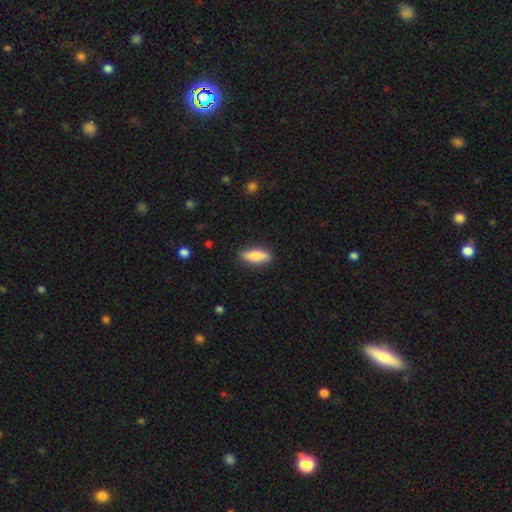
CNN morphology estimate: Smooth or featured: smooth — 74% (featured or disk — 20%)
How rounded: cigar-shaped — 53% (in between — 45%)
Merging: none — 87% (minor disturbance — 10%)